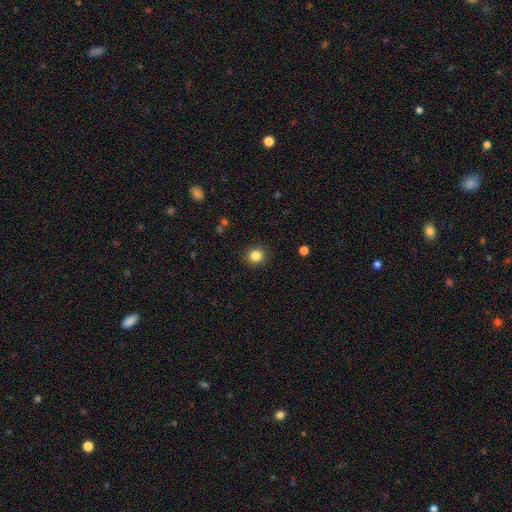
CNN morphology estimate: Overall: smooth (84%). How rounded: round (87%). Merging: none (90%).